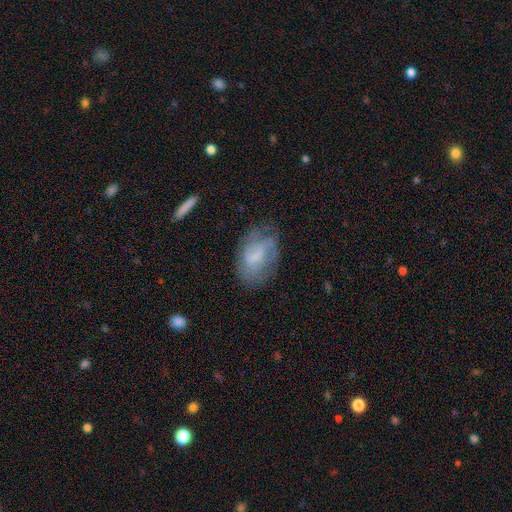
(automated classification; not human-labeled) featured or disk 50%, smooth 42%, star or artifact 8%. Down the decision tree: merging — none (59%).